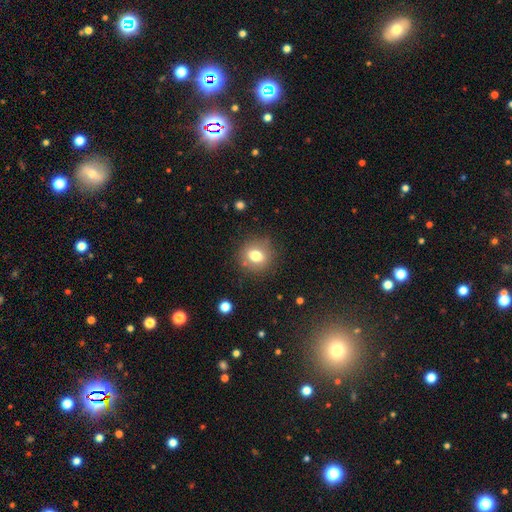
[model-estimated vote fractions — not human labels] A smooth galaxy with no disk features (74%) that is round (72%). Merging: none (83%).